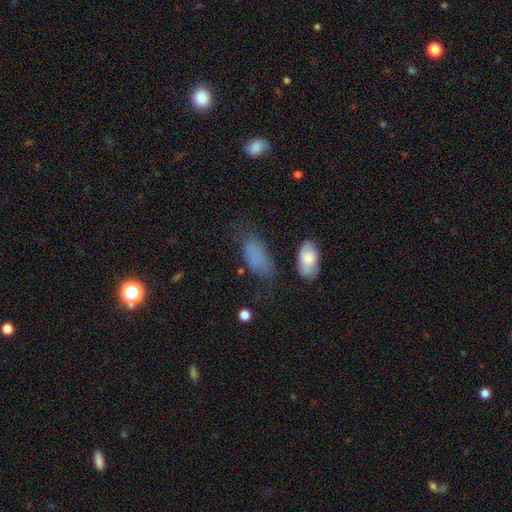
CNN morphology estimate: Smooth or featured?
  - smooth: 79% *
  - star or artifact: 11%
  - featured or disk: 10%
How rounded?
  - in between: 88% *
  - cigar-shaped: 7%
  - round: 4%
Merging?
  - none: 50% *
  - minor disturbance: 28%
  - major disturbance: 16%
  - merger: 5%